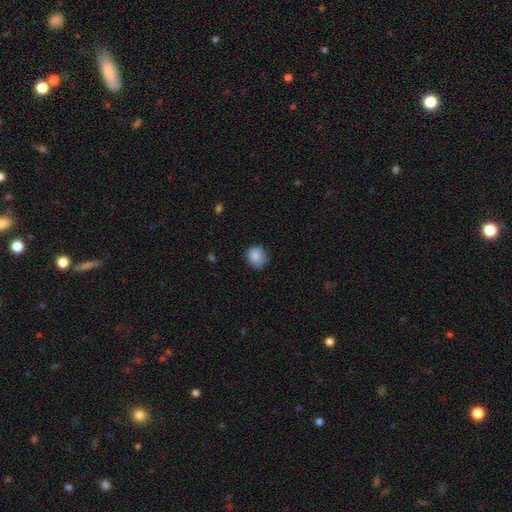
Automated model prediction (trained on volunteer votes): The model was most divided on "how rounded": round: 78%, in between: 21%, cigar-shaped: 1%. More confident: smooth or featured — smooth (87%); merging — none (78%).